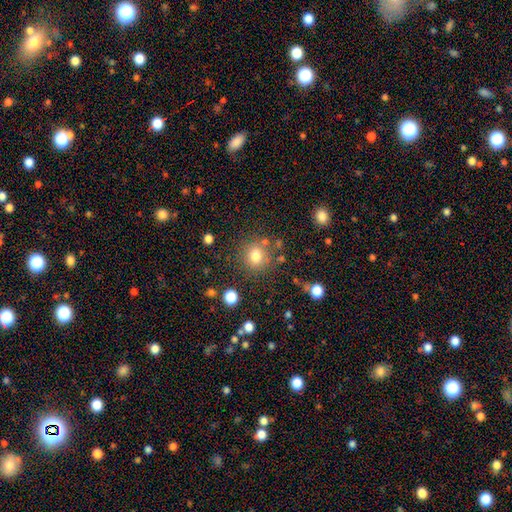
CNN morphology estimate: This is likely a smooth galaxy (78%). How rounded: clearly round (88%). Merging: likely none (79%).